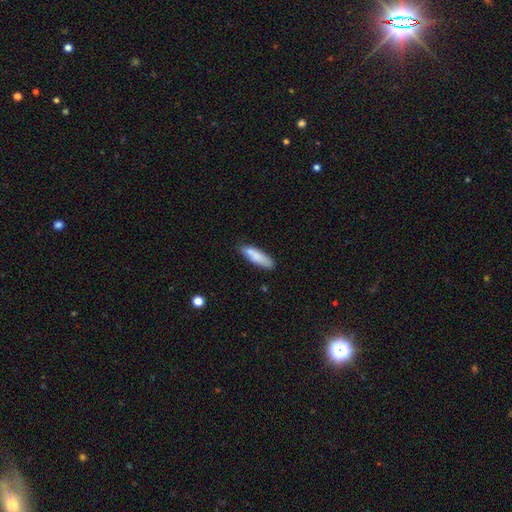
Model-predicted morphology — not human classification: Smooth or featured? smooth (82%)
How rounded? cigar-shaped (60%)
Merging? none (73%)